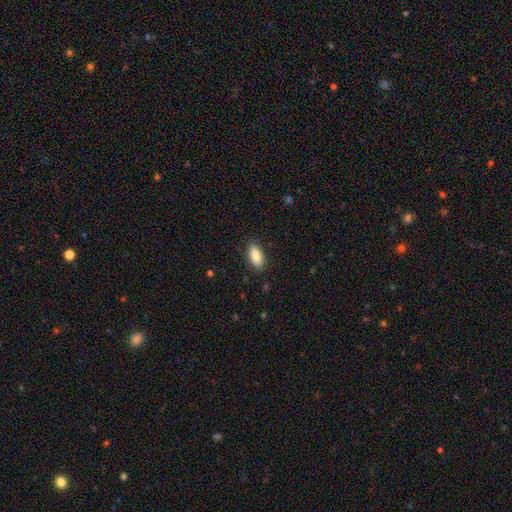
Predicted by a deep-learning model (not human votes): Smooth or featured?
  - smooth: 85% *
  - featured or disk: 9%
  - star or artifact: 7%
How rounded?
  - in between: 87% *
  - cigar-shaped: 10%
  - round: 3%
Merging?
  - none: 88% *
  - minor disturbance: 9%
  - major disturbance: 2%
  - merger: 1%